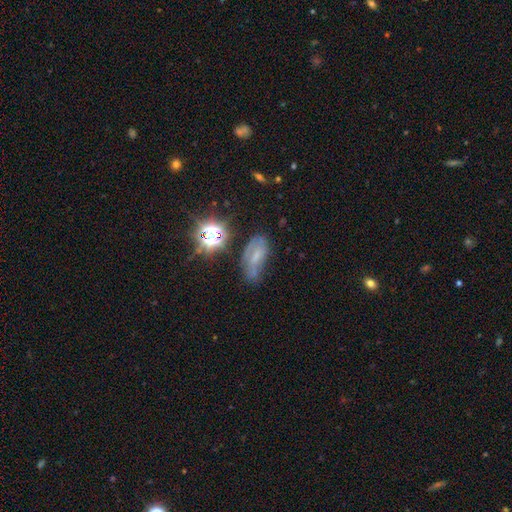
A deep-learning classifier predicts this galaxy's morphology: This appears to be a featured or disk galaxy (36%). Merging: none (53%).